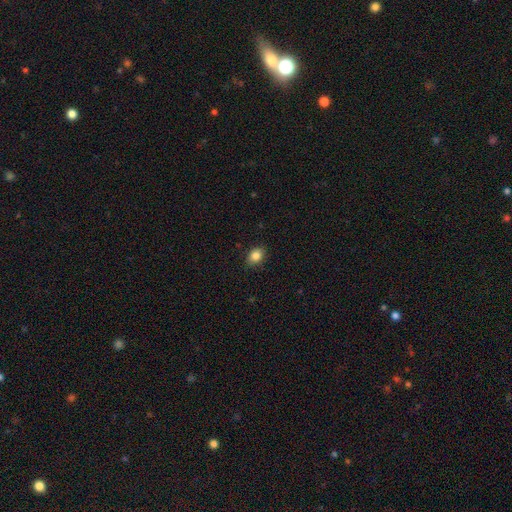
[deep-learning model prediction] A smooth galaxy with no disk features (85%) that is in between round and cigar-shaped (65%). Merging: none (88%).